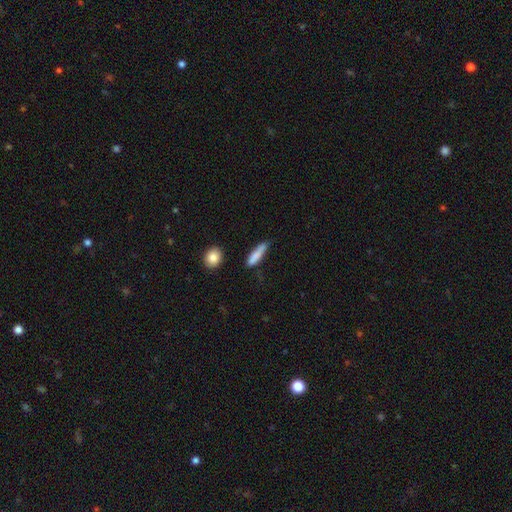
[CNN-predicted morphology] A smooth galaxy with no disk features (81%) that is cigar-shaped (78%). Merging: none (66%).